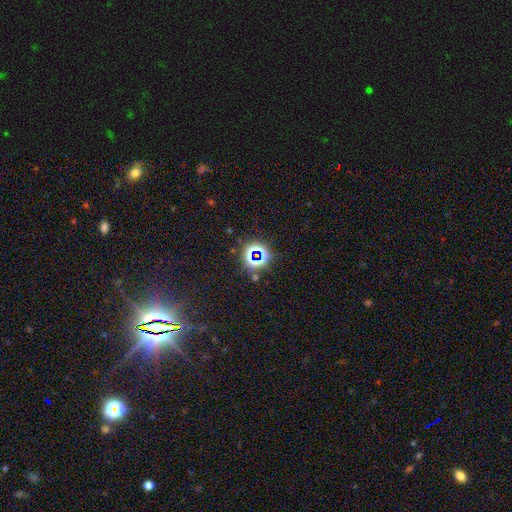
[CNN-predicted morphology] A star or artifact, not a galaxy (72%).

Vote fractions:
- Smooth or featured? star or artifact: 72% / smooth: 19% / featured or disk: 9%